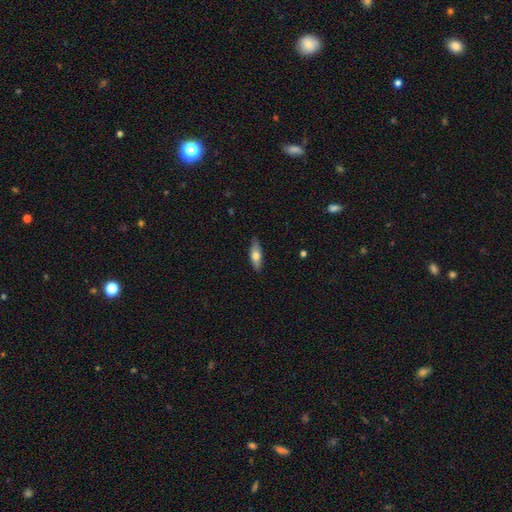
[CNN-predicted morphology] A smooth galaxy with no disk features (66%) that is in between round and cigar-shaped (61%).

Vote fractions:
- Smooth or featured? smooth: 66% / featured or disk: 28% / star or artifact: 6%
- How rounded? in between: 61% / cigar-shaped: 37% / round: 3%
- Merging? none: 87% / minor disturbance: 11% / major disturbance: 2% / merger: 1%